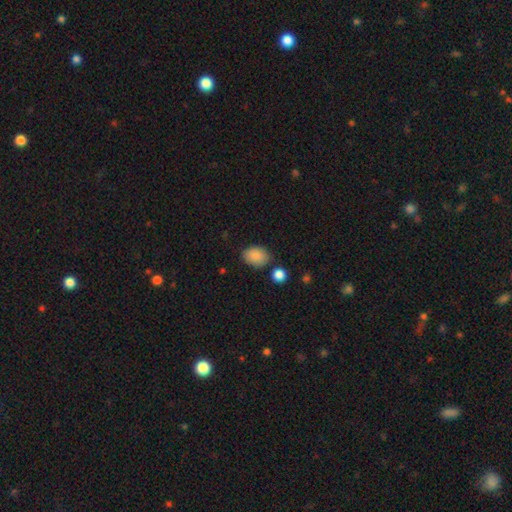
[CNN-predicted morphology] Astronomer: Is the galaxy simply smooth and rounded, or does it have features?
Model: smooth — 88%.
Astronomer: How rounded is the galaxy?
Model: in between — 73%.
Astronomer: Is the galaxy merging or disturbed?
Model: none — 77%.